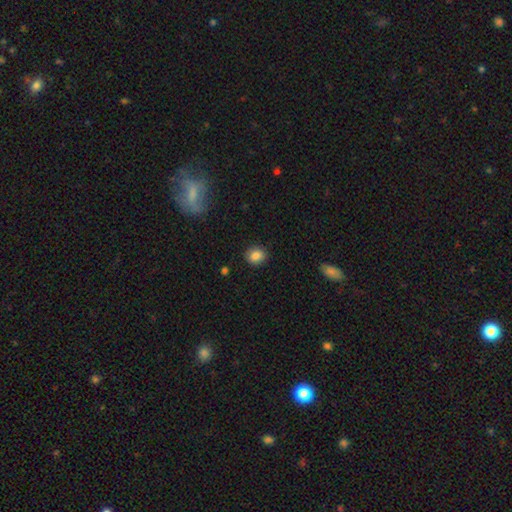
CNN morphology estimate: The model was most divided on "how rounded": round: 69%, in between: 30%, cigar-shaped: 1%. More confident: merging — none (88%); smooth or featured — smooth (86%).